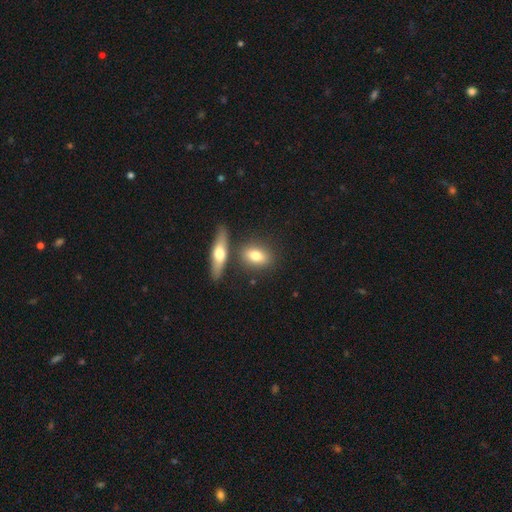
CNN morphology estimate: Smooth or featured? Predicted: smooth (p=0.73). How rounded? Predicted: in between (p=0.73). Merging? Predicted: none (p=0.71).